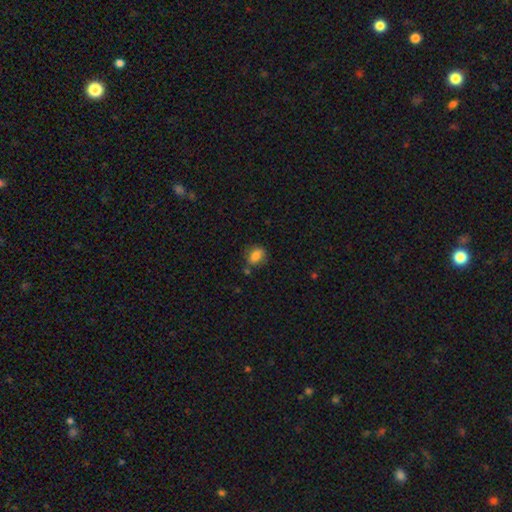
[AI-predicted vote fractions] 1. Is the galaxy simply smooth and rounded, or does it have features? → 83% smooth, 9% star or artifact, 8% featured or disk.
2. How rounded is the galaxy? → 75% in between, 22% round, 3% cigar-shaped.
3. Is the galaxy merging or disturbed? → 71% none, 18% minor disturbance, 7% merger, 5% major disturbance.